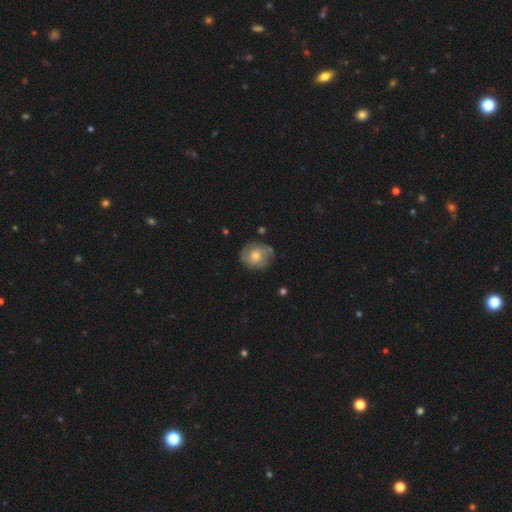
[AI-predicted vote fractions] smooth 49%, featured or disk 43%, star or artifact 9%. Down the decision tree: merging — none (72%).